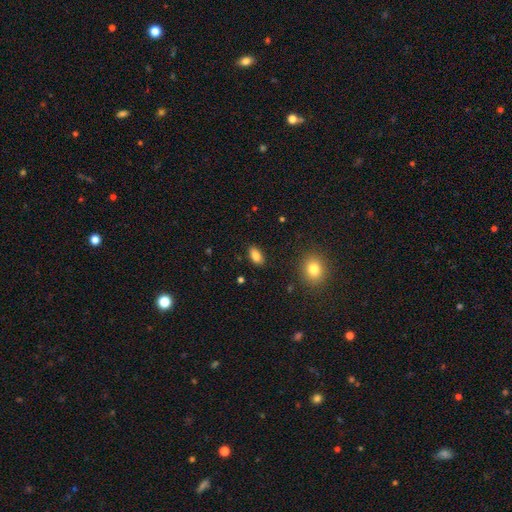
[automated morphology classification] Smooth or featured? Predicted: smooth (p=0.84). How rounded? Predicted: in between (p=0.91). Merging? Predicted: none (p=0.87).